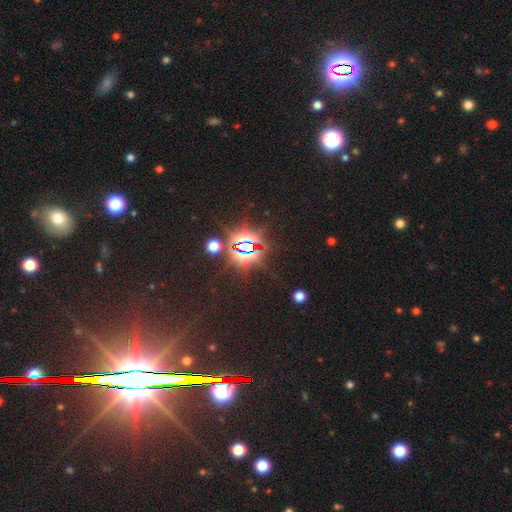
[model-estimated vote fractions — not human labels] This is clearly a star or artifact rather than a galaxy (81%).